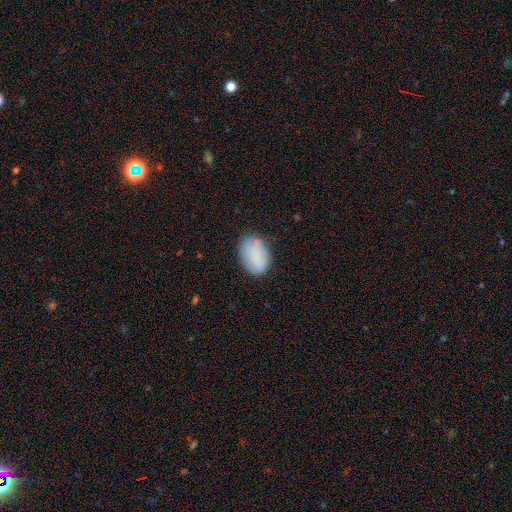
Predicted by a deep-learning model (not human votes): Smooth or featured? Predicted: smooth (p=0.83). How rounded? Predicted: in between (p=0.85). Merging? Predicted: none (p=0.71).